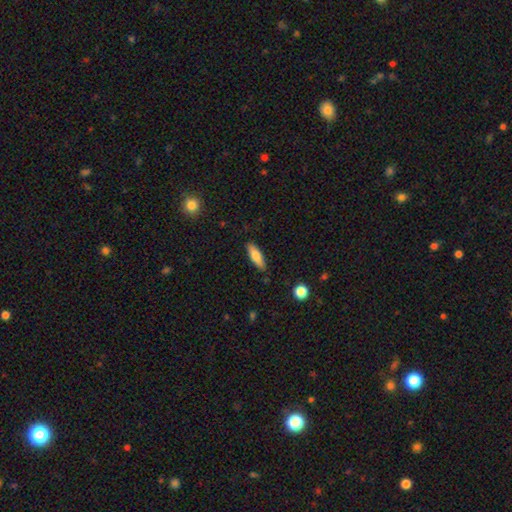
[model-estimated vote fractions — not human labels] Overall: smooth (72%). How rounded: cigar-shaped (50%; in between 48%). Merging: none (86%).